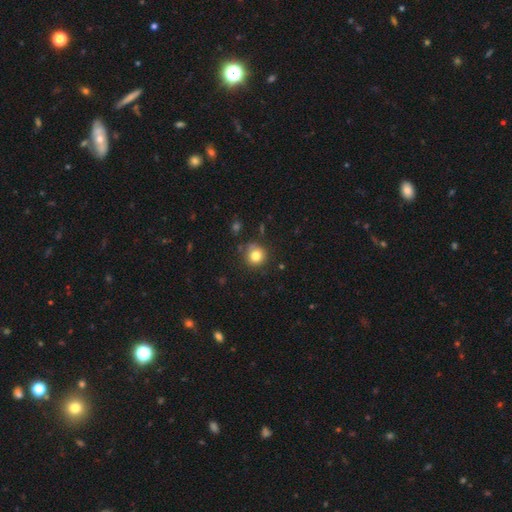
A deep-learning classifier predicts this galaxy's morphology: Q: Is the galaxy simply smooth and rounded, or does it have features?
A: smooth — 80%.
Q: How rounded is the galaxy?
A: round — 91%.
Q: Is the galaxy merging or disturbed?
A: none — 81%.